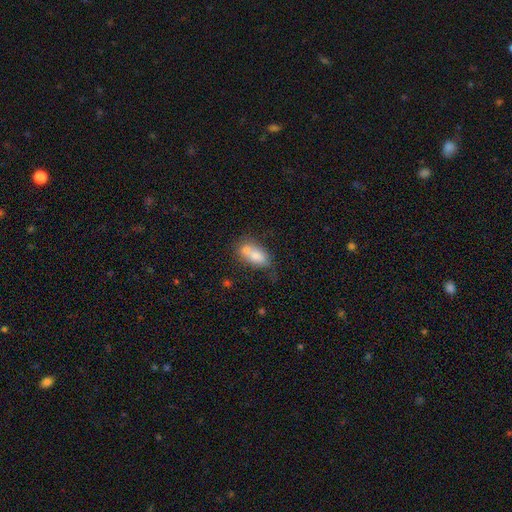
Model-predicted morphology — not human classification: type=smooth (74%); roundness=in between (85%); merging=merger (43%).